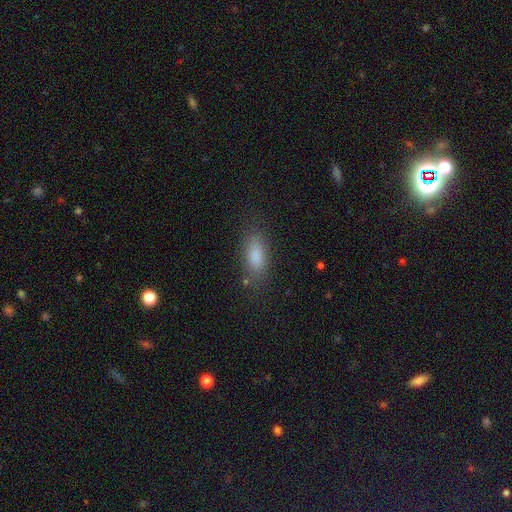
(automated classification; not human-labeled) This appears to be a smooth galaxy with no disk features (84%) that is in between round and cigar-shaped (80%). Merging: none (79%).